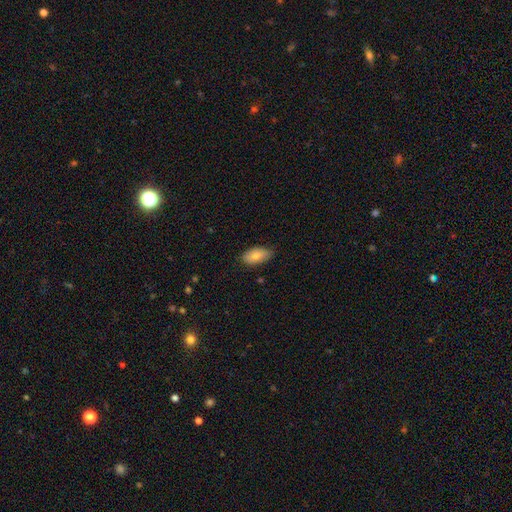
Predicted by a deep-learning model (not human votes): A smooth galaxy with no disk features (79%) that is in between round and cigar-shaped (93%). Merging: none (75%).